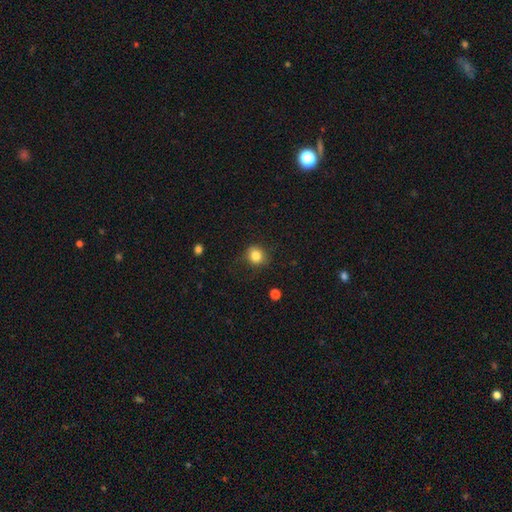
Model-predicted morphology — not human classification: A smooth galaxy with no disk features (83%) that is round (78%). Merging: none (79%).